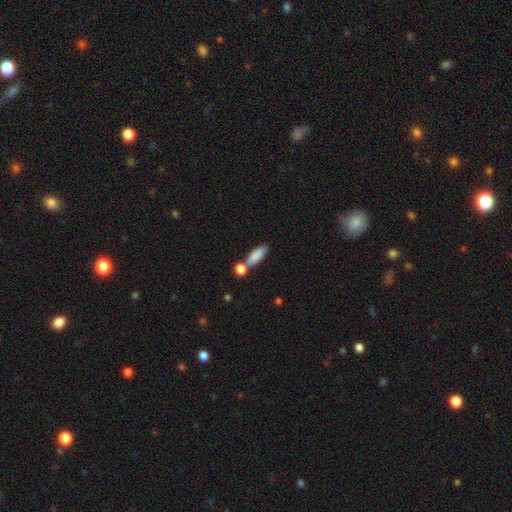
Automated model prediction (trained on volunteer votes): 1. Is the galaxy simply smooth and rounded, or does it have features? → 85% smooth, 9% featured or disk, 7% star or artifact.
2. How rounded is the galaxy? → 72% in between, 25% cigar-shaped, 3% round.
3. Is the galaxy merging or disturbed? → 52% none, 31% merger, 12% minor disturbance, 4% major disturbance.